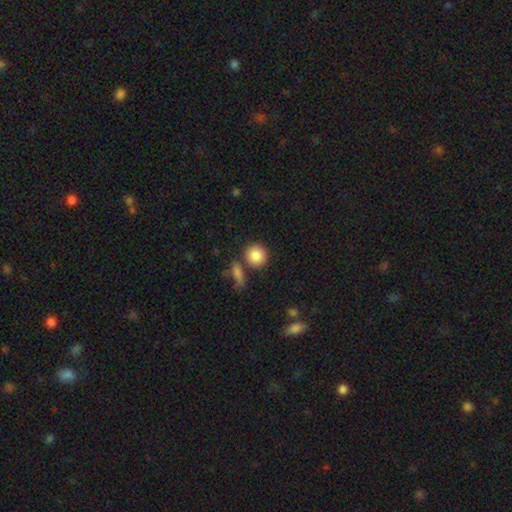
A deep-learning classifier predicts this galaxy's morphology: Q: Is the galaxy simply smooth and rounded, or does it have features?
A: smooth — 86%.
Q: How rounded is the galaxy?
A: round — 89%.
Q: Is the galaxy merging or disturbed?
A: none — 74%.